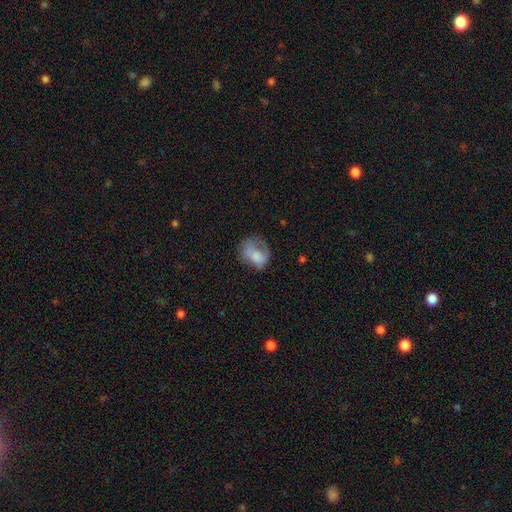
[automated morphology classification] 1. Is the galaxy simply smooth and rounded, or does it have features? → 65% smooth, 26% featured or disk, 9% star or artifact.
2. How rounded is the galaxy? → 54% in between, 44% round, 1% cigar-shaped.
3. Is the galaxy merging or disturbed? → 36% none, 33% major disturbance, 29% minor disturbance, 3% merger.